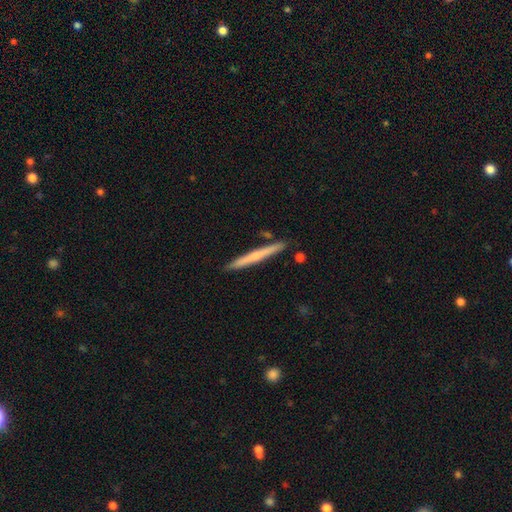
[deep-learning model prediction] A smooth galaxy with no disk features (49%). Merging: none (89%).